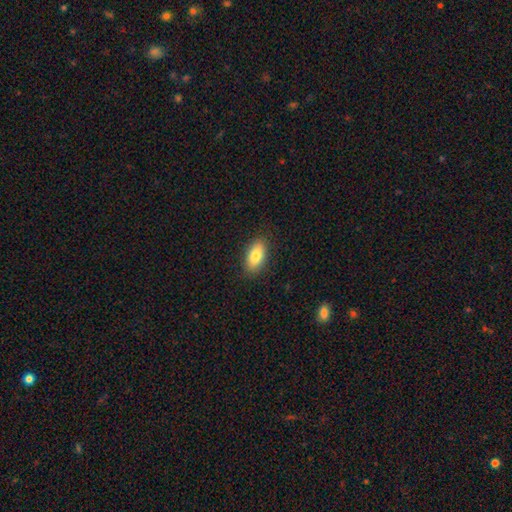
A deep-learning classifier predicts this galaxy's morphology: Smooth or featured? smooth (81%)
How rounded? in between (88%)
Merging? none (88%)